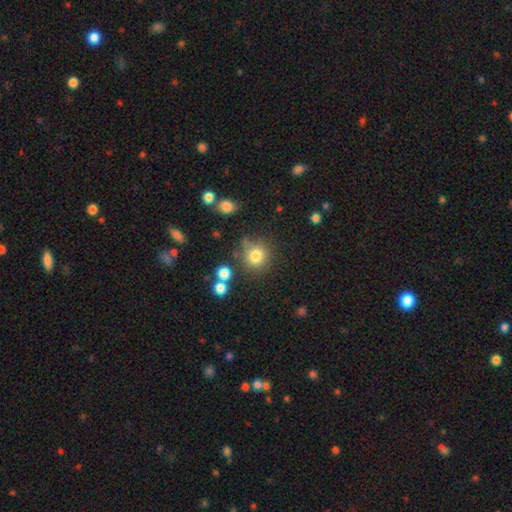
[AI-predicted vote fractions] Smooth or featured: smooth — 79% (star or artifact — 13%)
How rounded: round — 91% (in between — 8%)
Merging: none — 76% (minor disturbance — 12%)